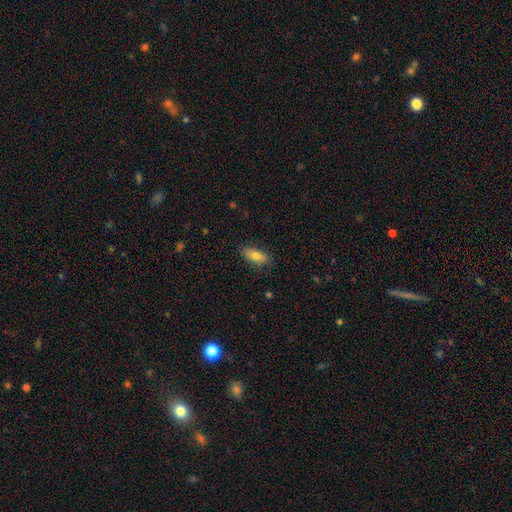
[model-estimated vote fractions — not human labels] A smooth galaxy with no disk features (78%) that is in between round and cigar-shaped (81%).

Vote fractions:
- Smooth or featured? smooth: 78% / featured or disk: 15% / star or artifact: 7%
- How rounded? in between: 81% / cigar-shaped: 16% / round: 3%
- Merging? none: 81% / minor disturbance: 15% / major disturbance: 3% / merger: 1%